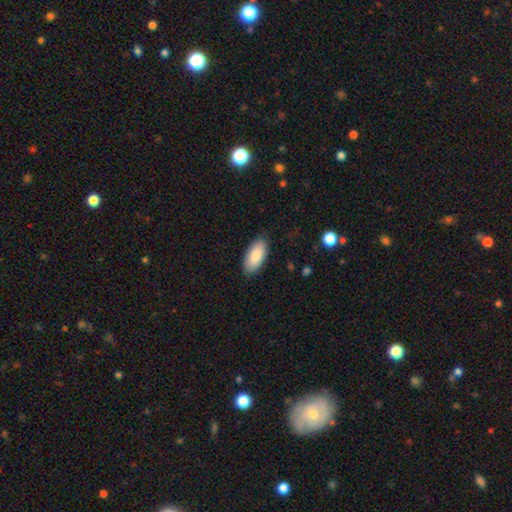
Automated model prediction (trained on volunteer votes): Morphology: type=smooth (87%); roundness=in between (92%); merging=none (87%).